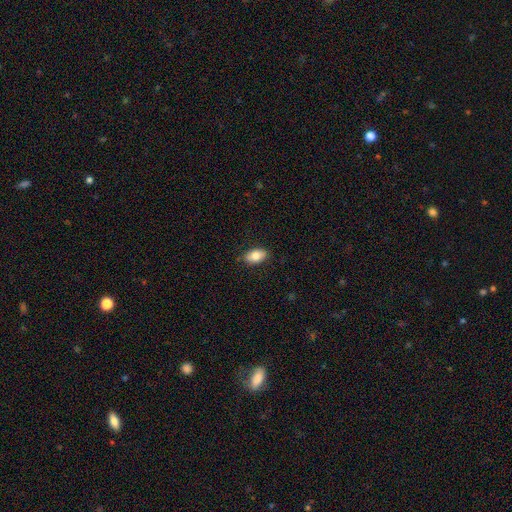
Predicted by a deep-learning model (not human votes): A smooth galaxy with no disk features (80%) that is in between round and cigar-shaped (92%). Merging: none (86%).